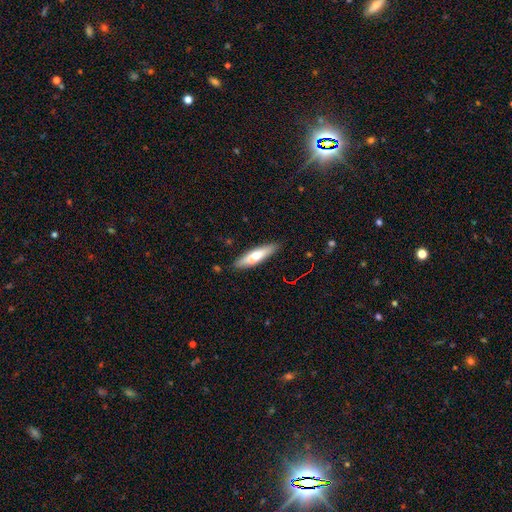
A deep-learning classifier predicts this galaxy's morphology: type=smooth (60%); roundness=cigar-shaped (74%); merging=none (83%).